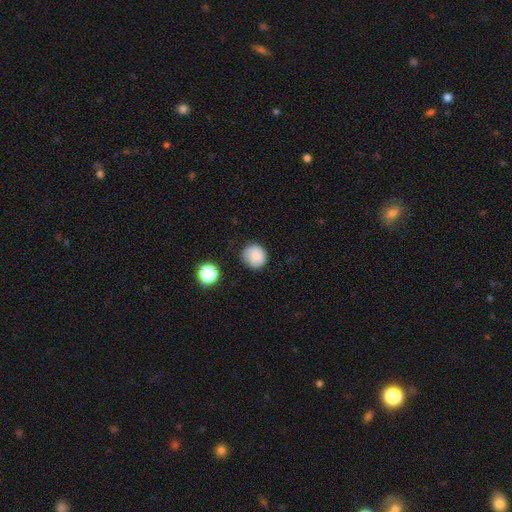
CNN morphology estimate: Overall: smooth (78%). How rounded: round (88%). Merging: none (76%).